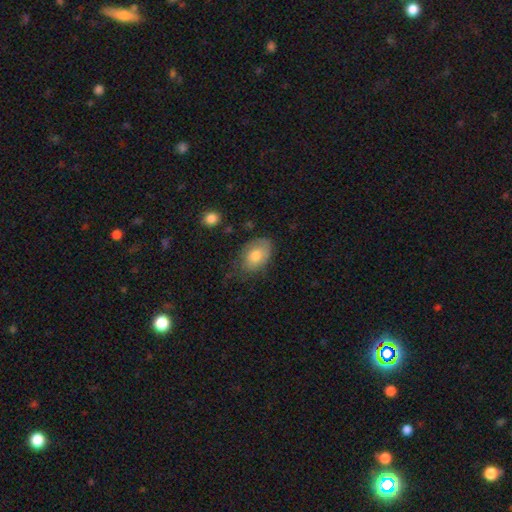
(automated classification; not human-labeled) Smooth or featured: smooth — 72% (featured or disk — 21%)
How rounded: in between — 84% (round — 15%)
Merging: none — 60% (minor disturbance — 29%)